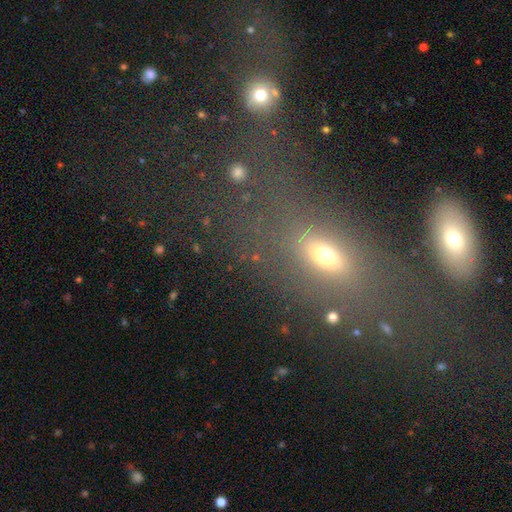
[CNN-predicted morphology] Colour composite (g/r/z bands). It shows a smooth galaxy with no disk features (53%) that is in between round and cigar-shaped (69%). Merging: none (45%).